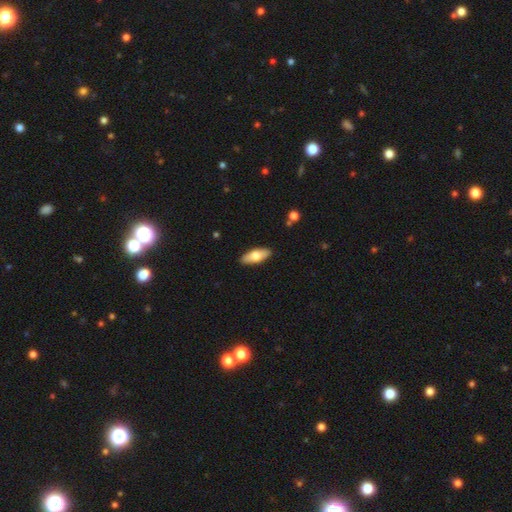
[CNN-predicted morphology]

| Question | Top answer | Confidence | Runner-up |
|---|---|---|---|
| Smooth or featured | smooth | 67% | featured or disk (27%) |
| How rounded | in between | 72% | cigar-shaped (26%) |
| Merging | none | 90% | minor disturbance (8%) |